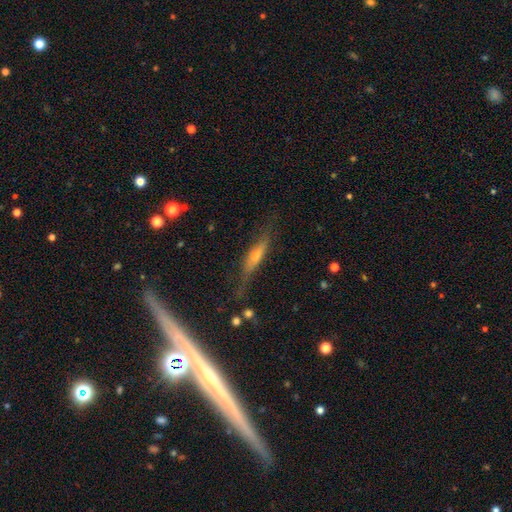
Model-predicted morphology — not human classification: Smooth or featured?
  - featured or disk: 57% *
  - smooth: 31%
  - star or artifact: 12%
Edge-on disk?
  - yes: 84% *
  - no: 16%
Merging?
  - none: 64% *
  - minor disturbance: 22%
  - major disturbance: 11%
  - merger: 3%